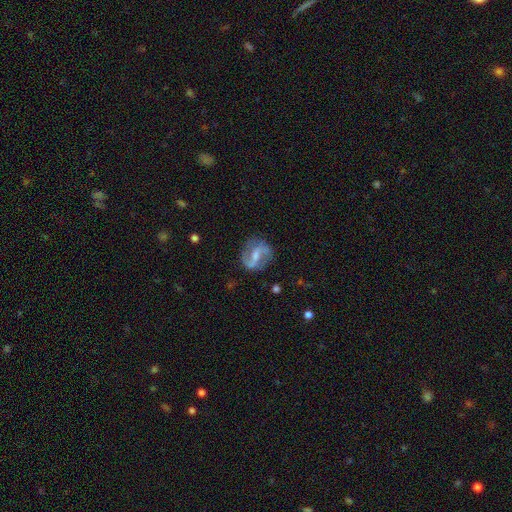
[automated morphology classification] smooth_or_featured: featured or disk (p=0.81) [alt: smooth p=0.13]
disk_edge_on: no (p=0.97) [alt: yes p=0.03]
bar: weak (p=0.47) [alt: strong p=0.32]
has_spiral_arms: yes (p=0.93) [alt: no p=0.07]
spiral_winding: loose (p=0.52) [alt: medium p=0.37]
spiral_arm_count: 2 (p=0.89) [alt: can't tell p=0.04]
bulge_size: moderate (p=0.43) [alt: small p=0.39]
merging: none (p=0.75) [alt: minor disturbance p=0.16]